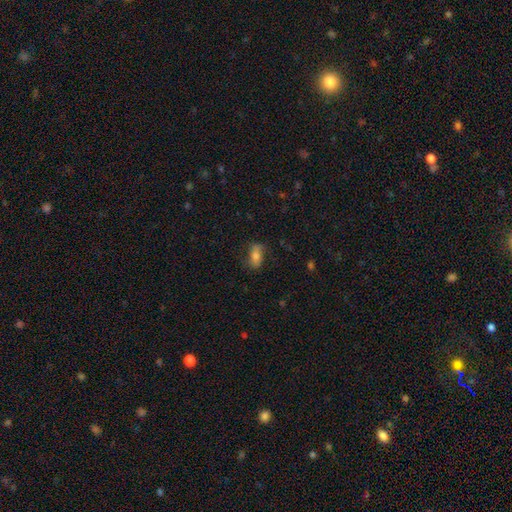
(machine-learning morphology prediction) Smooth or featured?
  - smooth: 67% *
  - featured or disk: 23%
  - star or artifact: 10%
How rounded?
  - in between: 84% *
  - cigar-shaped: 8%
  - round: 7%
Merging?
  - none: 69% *
  - minor disturbance: 22%
  - major disturbance: 8%
  - merger: 2%